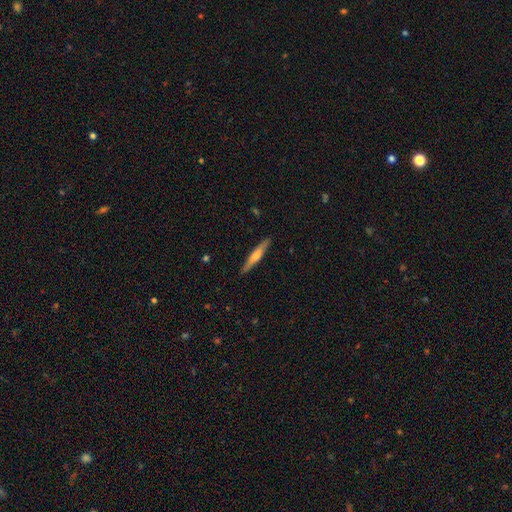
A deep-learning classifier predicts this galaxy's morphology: smooth_or_featured: smooth (p=0.50) [alt: featured or disk p=0.44]
how_rounded: cigar-shaped (p=0.92) [alt: in between p=0.06]
merging: none (p=0.89) [alt: minor disturbance p=0.08]